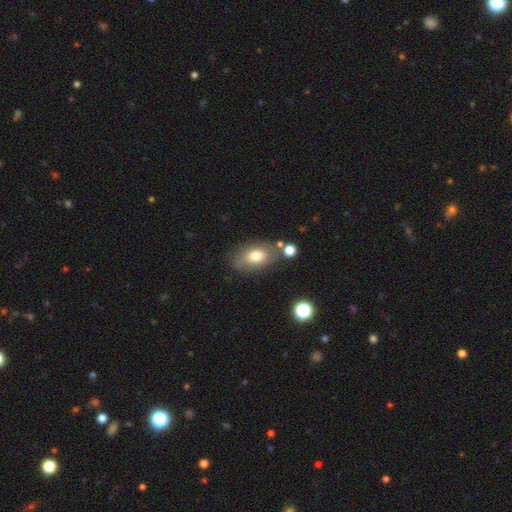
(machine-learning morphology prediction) A smooth galaxy with no disk features (74%) that is in between round and cigar-shaped (86%).

Vote fractions:
- Smooth or featured? smooth: 74% / featured or disk: 18% / star or artifact: 9%
- How rounded? in between: 86% / round: 13% / cigar-shaped: 2%
- Merging? none: 70% / minor disturbance: 17% / merger: 8% / major disturbance: 6%